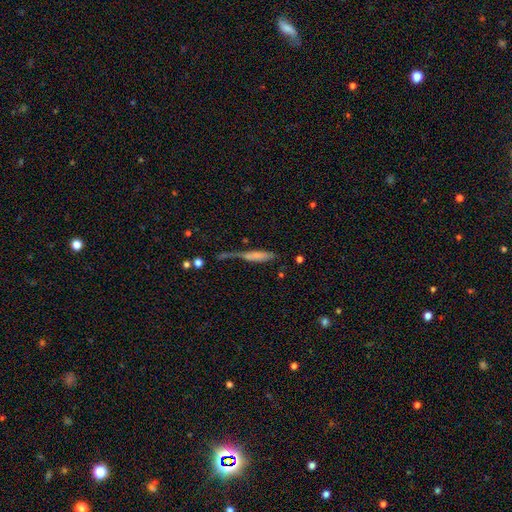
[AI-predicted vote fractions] This appears to be a smooth galaxy with no disk features (63%) that is cigar-shaped (75%). Merging: major disturbance (29%).